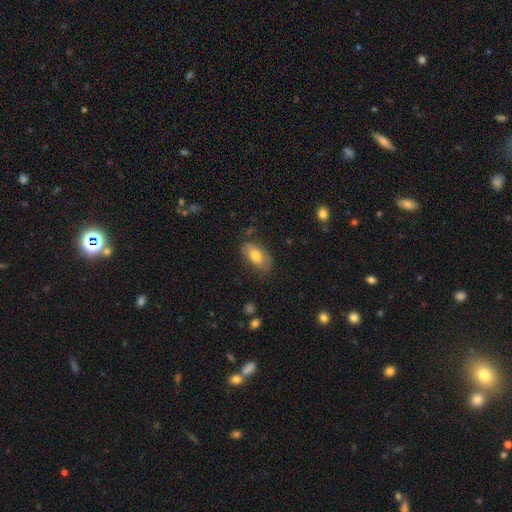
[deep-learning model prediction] Q: Smooth or featured?
A: smooth (72%); runner-up: featured or disk (21%)
Q: How rounded?
A: in between (92%); runner-up: round (5%)
Q: Merging?
A: none (73%); runner-up: minor disturbance (20%)